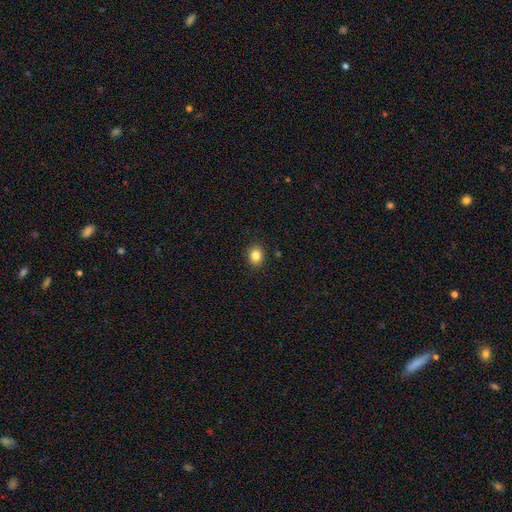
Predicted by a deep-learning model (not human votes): A smooth galaxy with no disk features (84%) that is round (60%). Merging: none (90%).